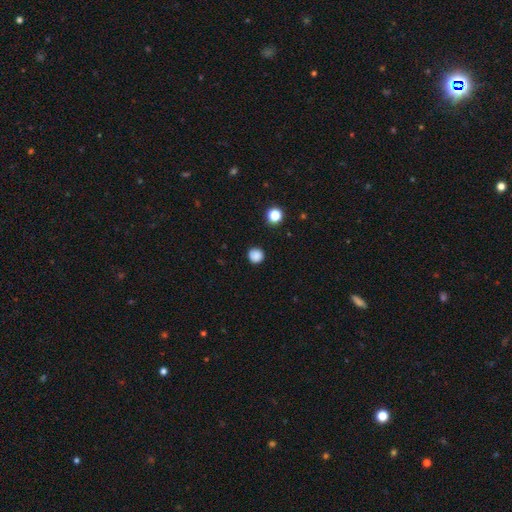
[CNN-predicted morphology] Q: Smooth or featured?
A: smooth (85%); runner-up: star or artifact (12%)
Q: How rounded?
A: round (94%); runner-up: in between (5%)
Q: Merging?
A: none (89%); runner-up: minor disturbance (8%)